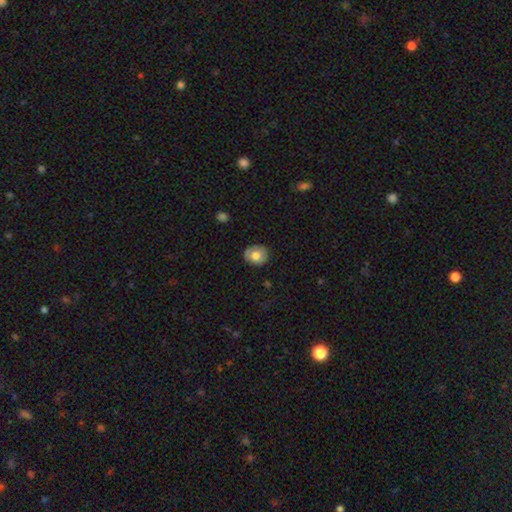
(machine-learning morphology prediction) Smooth or featured?
  - smooth: 71% *
  - featured or disk: 22%
  - star or artifact: 7%
How rounded?
  - round: 64% *
  - in between: 35%
  - cigar-shaped: 1%
Merging?
  - none: 82% *
  - minor disturbance: 14%
  - major disturbance: 3%
  - merger: 1%